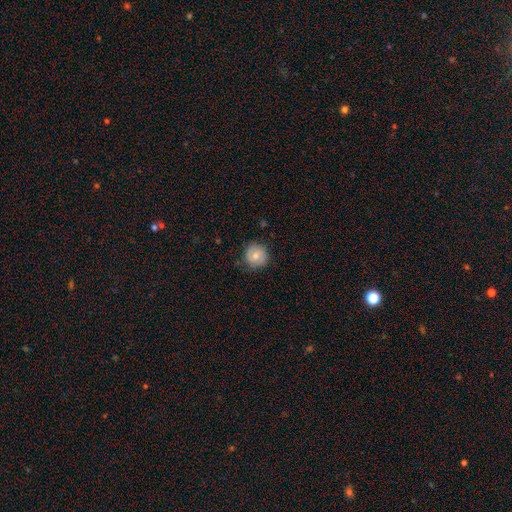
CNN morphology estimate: A smooth galaxy with no disk features (72%) that is round (92%).

Vote fractions:
- Smooth or featured? smooth: 72% / featured or disk: 20% / star or artifact: 8%
- How rounded? round: 92% / in between: 7% / cigar-shaped: 1%
- Merging? none: 80% / minor disturbance: 15% / major disturbance: 3% / merger: 1%